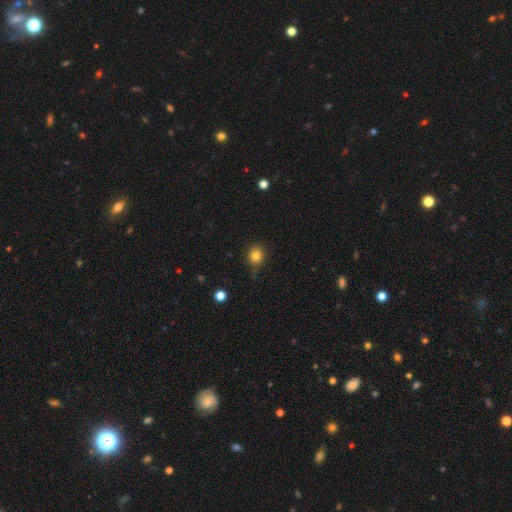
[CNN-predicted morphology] The model was most divided on "how rounded": round: 80%, in between: 19%, cigar-shaped: 1%. More confident: merging — none (82%); smooth or featured — smooth (82%).